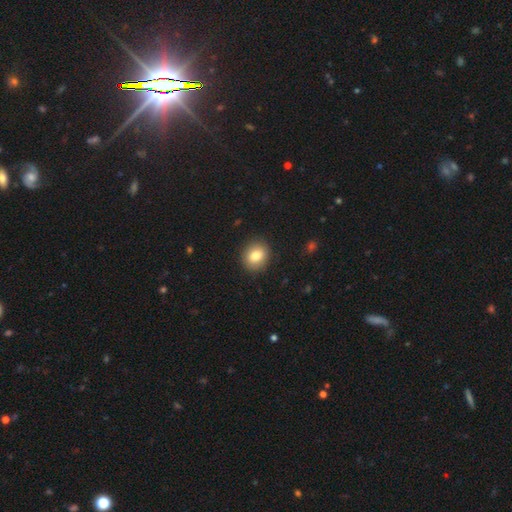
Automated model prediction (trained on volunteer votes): This is clearly a smooth galaxy (83%). How rounded: likely round (69%). Merging: clearly none (89%).